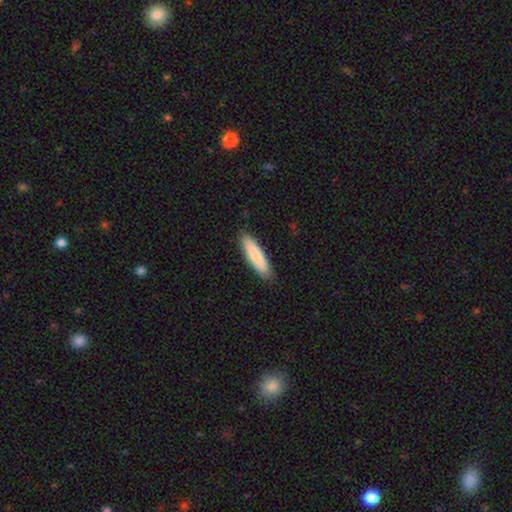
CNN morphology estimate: Smooth or featured? Predicted: smooth (p=0.84). How rounded? Predicted: cigar-shaped (p=0.70). Merging? Predicted: none (p=0.88).